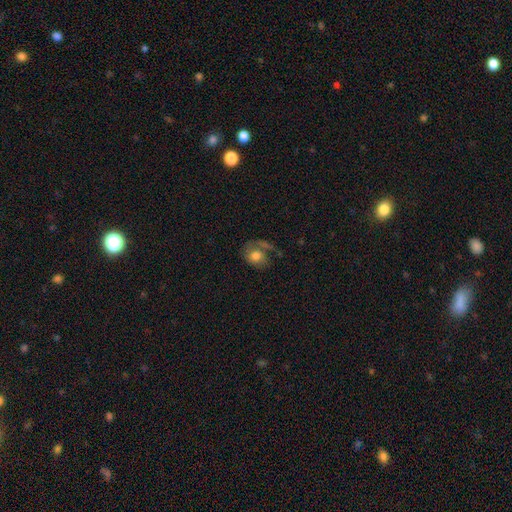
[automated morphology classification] smooth_or_featured: smooth (p=0.61) [alt: featured or disk p=0.30]
how_rounded: round (p=0.52) [alt: in between p=0.46]
merging: none (p=0.40) [alt: major disturbance p=0.27]